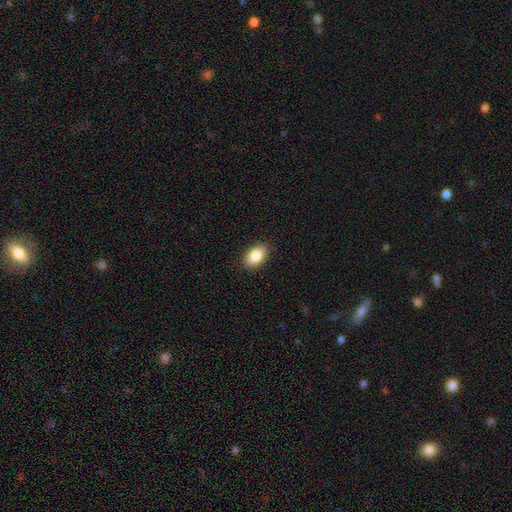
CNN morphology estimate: type=smooth (86%); roundness=in between (90%); merging=none (89%).